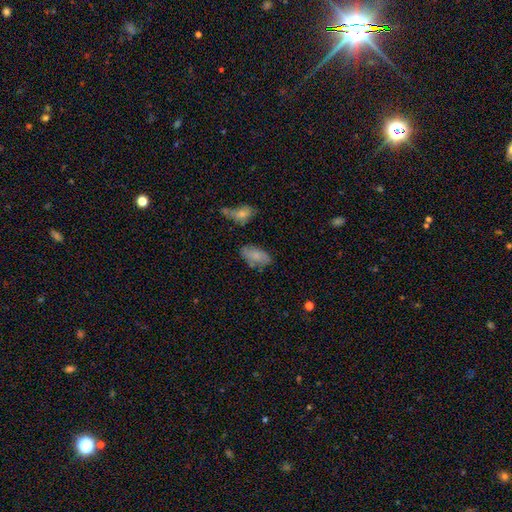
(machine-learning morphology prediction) Smooth or featured?
  - smooth: 77% *
  - featured or disk: 16%
  - star or artifact: 8%
How rounded?
  - in between: 92% *
  - cigar-shaped: 4%
  - round: 4%
Merging?
  - none: 66% *
  - minor disturbance: 21%
  - merger: 7%
  - major disturbance: 6%